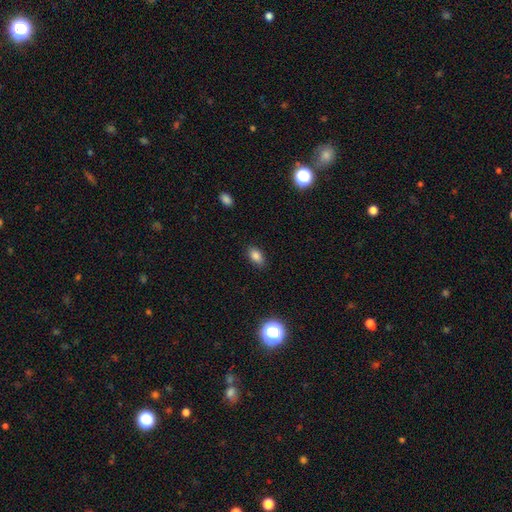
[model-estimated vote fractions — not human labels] Smooth or featured? smooth (83%)
How rounded? in between (88%)
Merging? none (86%)